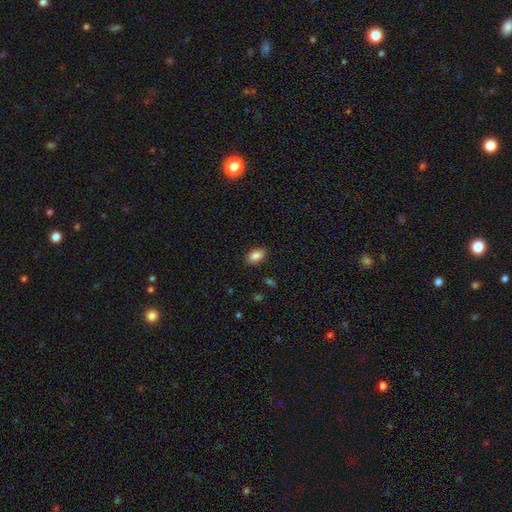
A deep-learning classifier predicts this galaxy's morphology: Smooth or featured: smooth — 87% (star or artifact — 8%)
How rounded: in between — 90% (round — 9%)
Merging: none — 87% (minor disturbance — 9%)